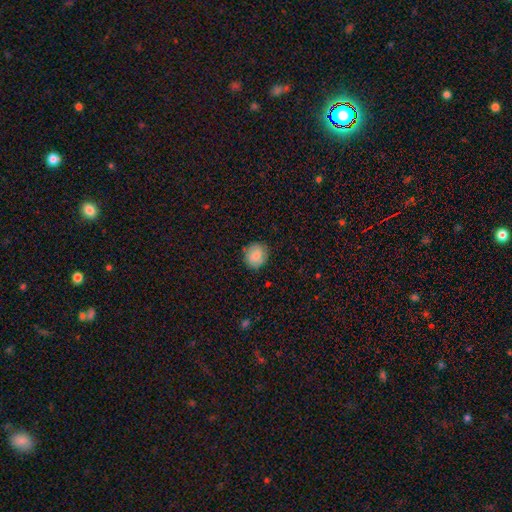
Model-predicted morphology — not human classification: This is clearly a smooth galaxy (82%). How rounded: likely round (80%). Merging: clearly none (84%).